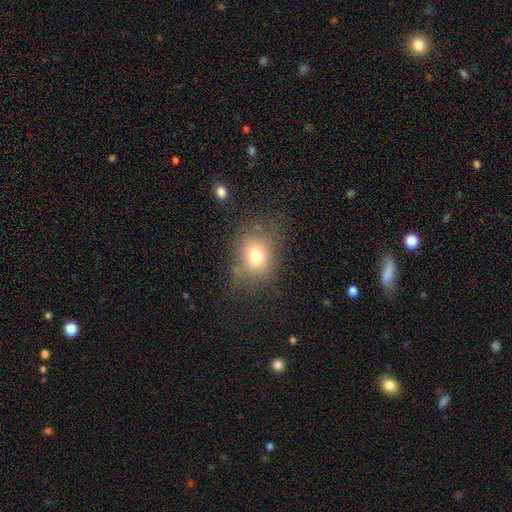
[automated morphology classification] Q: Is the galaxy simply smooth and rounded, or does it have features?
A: smooth — 72%.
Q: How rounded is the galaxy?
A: round — 54%.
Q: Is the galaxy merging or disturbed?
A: none — 72%.